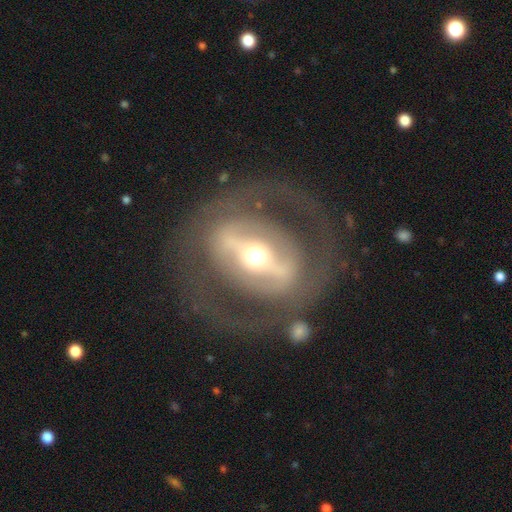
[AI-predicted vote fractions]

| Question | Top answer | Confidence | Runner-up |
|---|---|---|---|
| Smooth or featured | featured or disk | 80% | smooth (14%) |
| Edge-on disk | no | 89% | yes (11%) |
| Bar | strong | 71% | weak (17%) |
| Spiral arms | no | 69% | yes (31%) |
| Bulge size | moderate | 68% | small (19%) |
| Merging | none | 75% | major disturbance (12%) |